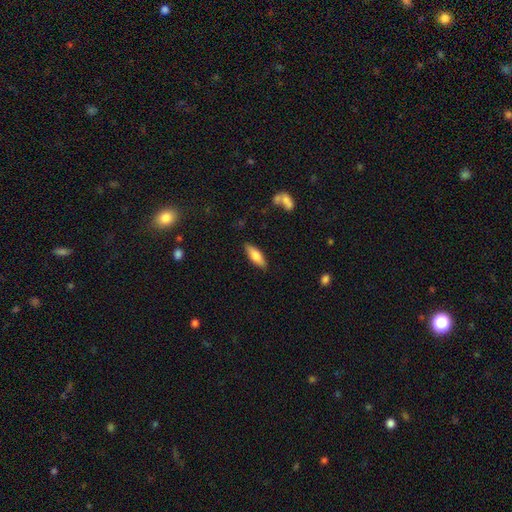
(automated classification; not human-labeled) The model was most divided on "how rounded": in between: 58%, cigar-shaped: 40%, round: 2%. More confident: merging — none (86%); smooth or featured — smooth (75%).